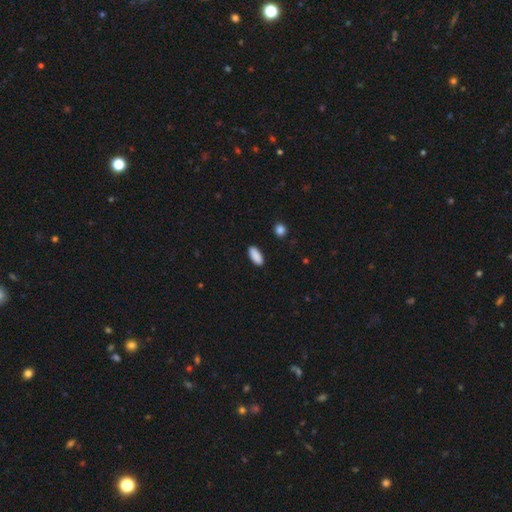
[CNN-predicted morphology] Smooth or featured?
  - smooth: 90% *
  - star or artifact: 7%
  - featured or disk: 3%
How rounded?
  - in between: 83% *
  - cigar-shaped: 15%
  - round: 2%
Merging?
  - none: 89% *
  - minor disturbance: 8%
  - major disturbance: 2%
  - merger: 1%